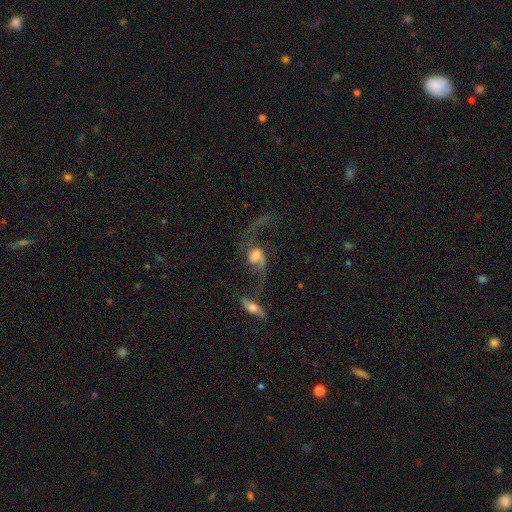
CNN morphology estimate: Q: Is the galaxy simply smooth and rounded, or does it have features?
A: featured or disk — 76%.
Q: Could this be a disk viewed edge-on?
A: no — 94%.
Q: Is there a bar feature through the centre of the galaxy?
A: no — 52%.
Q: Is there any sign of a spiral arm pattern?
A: yes — 89%.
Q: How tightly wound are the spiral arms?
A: loose — 84%.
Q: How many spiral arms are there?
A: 2 — 81%.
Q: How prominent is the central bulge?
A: moderate — 37%.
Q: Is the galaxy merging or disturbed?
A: merger — 38%.